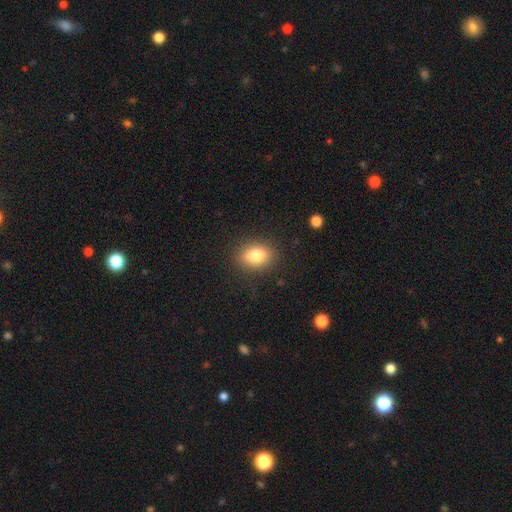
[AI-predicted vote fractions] This appears to be a smooth galaxy with no disk features (80%) that is in between round and cigar-shaped (66%). Merging: none (87%).